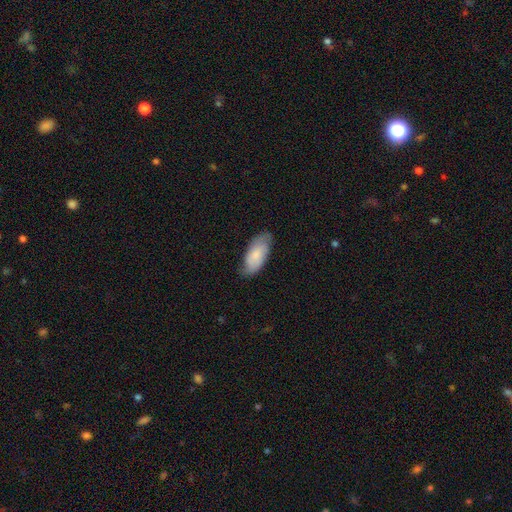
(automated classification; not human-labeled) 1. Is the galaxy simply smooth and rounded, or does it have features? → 65% smooth, 29% featured or disk, 6% star or artifact.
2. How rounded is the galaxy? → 90% in between, 8% cigar-shaped, 2% round.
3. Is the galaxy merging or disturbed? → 71% none, 23% minor disturbance, 5% major disturbance, 1% merger.